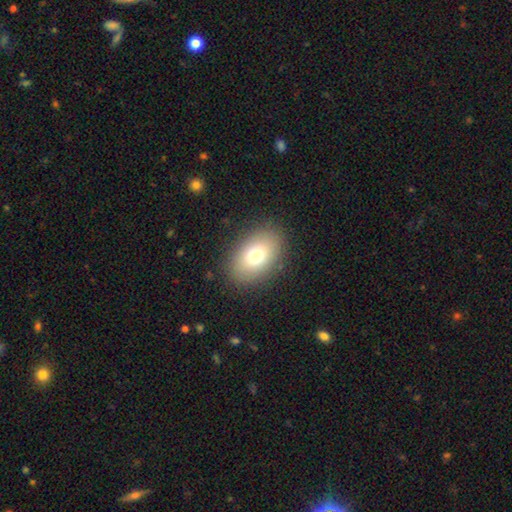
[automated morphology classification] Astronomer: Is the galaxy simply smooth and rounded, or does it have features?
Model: smooth — 75%.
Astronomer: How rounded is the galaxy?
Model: in between — 85%.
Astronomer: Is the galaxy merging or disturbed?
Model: none — 87%.